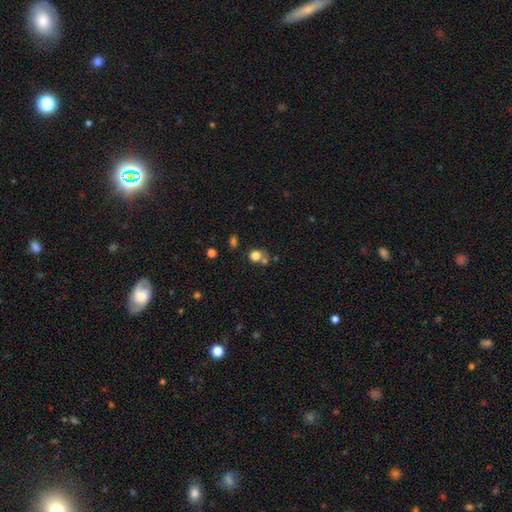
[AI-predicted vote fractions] This is likely a smooth galaxy (78%). How rounded: likely round (70%). Merging: possibly none (51%).